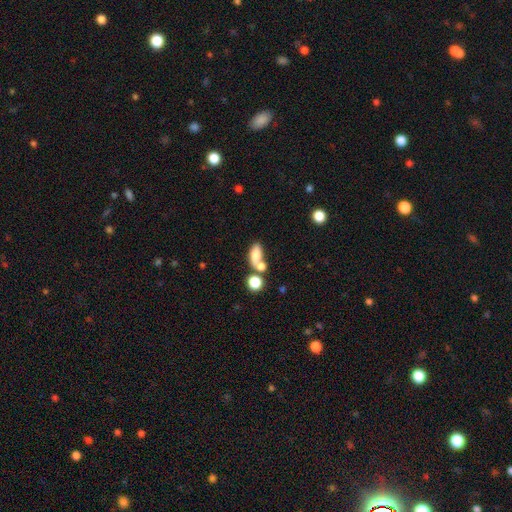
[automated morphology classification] Smooth or featured? smooth (74%)
How rounded? in between (80%)
Merging? none (41%)